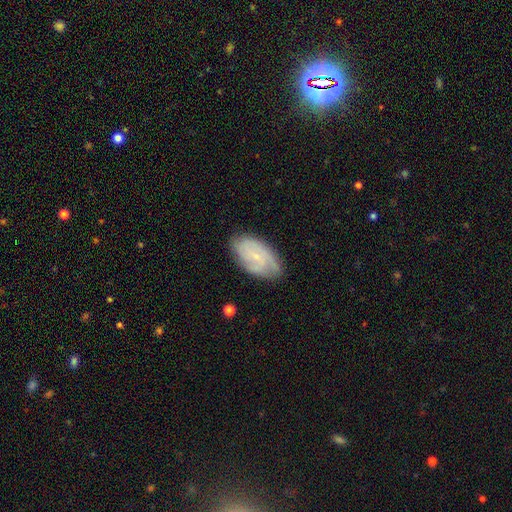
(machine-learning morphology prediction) Q: Smooth or featured?
A: featured or disk (68%); runner-up: smooth (25%)
Q: Edge-on disk?
A: no (96%); runner-up: yes (4%)
Q: Bar?
A: no (63%); runner-up: weak (32%)
Q: Spiral arms?
A: yes (91%); runner-up: no (9%)
Q: Spiral winding?
A: tight (52%); runner-up: medium (37%)
Q: Spiral arm count?
A: can't tell (34%); runner-up: 2 (26%)
Q: Bulge size?
A: small (79%); runner-up: moderate (12%)
Q: Merging?
A: none (73%); runner-up: minor disturbance (21%)